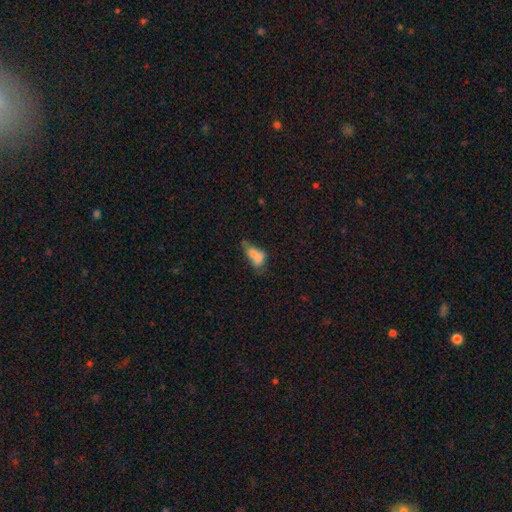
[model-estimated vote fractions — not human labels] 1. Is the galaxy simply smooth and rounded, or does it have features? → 65% smooth, 23% featured or disk, 11% star or artifact.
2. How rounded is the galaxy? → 79% in between, 13% round, 7% cigar-shaped.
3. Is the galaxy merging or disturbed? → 50% merger, 20% none, 16% minor disturbance, 14% major disturbance.